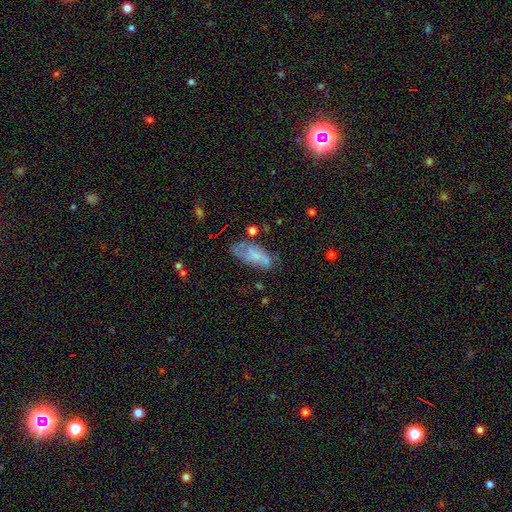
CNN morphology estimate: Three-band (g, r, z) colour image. It shows a smooth galaxy with no disk features (58%) that is in between round and cigar-shaped (82%). Merging: none (47%).